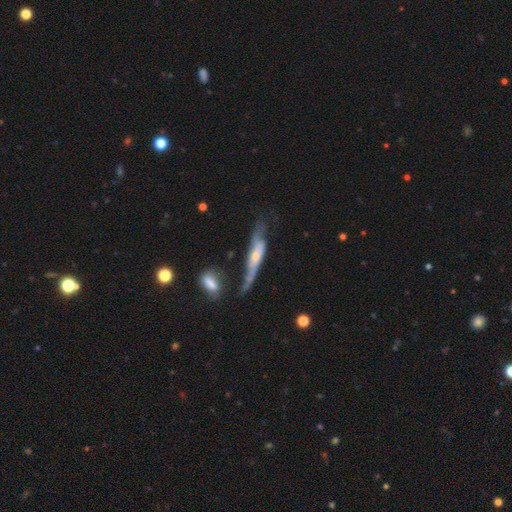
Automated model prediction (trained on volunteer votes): smooth-or-featured: featured or disk: 65% | smooth: 28% | star or artifact: 7%
  disk-edge-on: yes: 54% | no: 46%
  merging: none: 41% | minor disturbance: 27% | major disturbance: 22% | merger: 10%